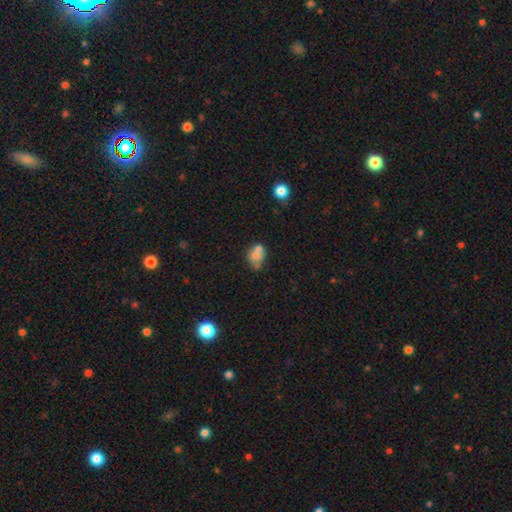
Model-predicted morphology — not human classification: smooth_or_featured: smooth (p=0.67) [alt: featured or disk p=0.22]
how_rounded: in between (p=0.53) [alt: round p=0.46]
merging: merger (p=0.44) [alt: none p=0.35]